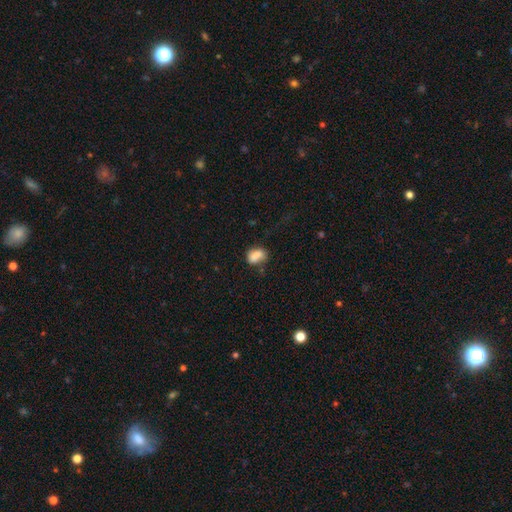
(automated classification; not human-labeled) smooth_or_featured: smooth (p=0.81) [alt: featured or disk p=0.10]
how_rounded: in between (p=0.77) [alt: round p=0.21]
merging: none (p=0.51) [alt: minor disturbance p=0.29]